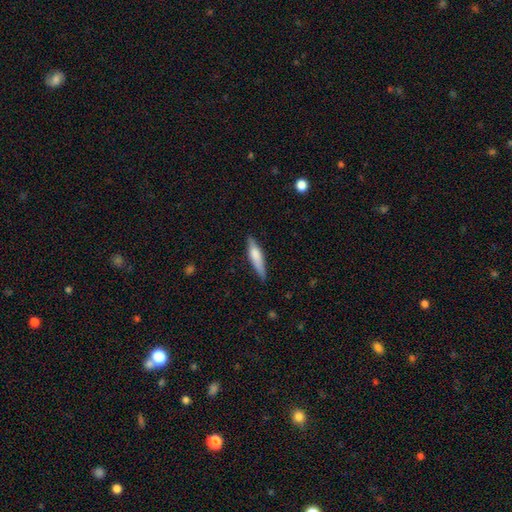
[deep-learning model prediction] This is likely a smooth galaxy (63%). How rounded: likely cigar-shaped (79%). Merging: clearly none (81%).